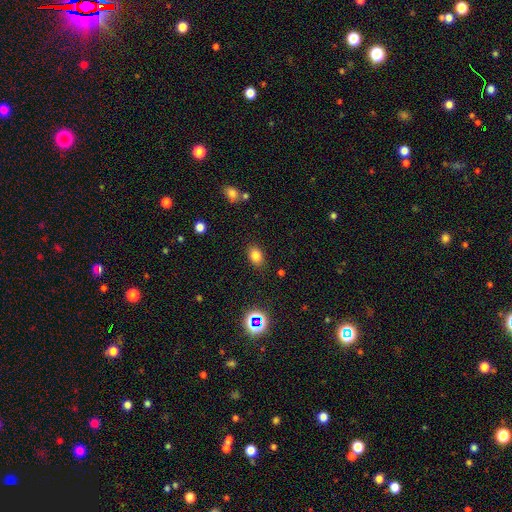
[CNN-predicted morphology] The model was most divided on "how rounded": in between: 74%, round: 25%, cigar-shaped: 1%. More confident: merging — none (85%); smooth or featured — smooth (80%).